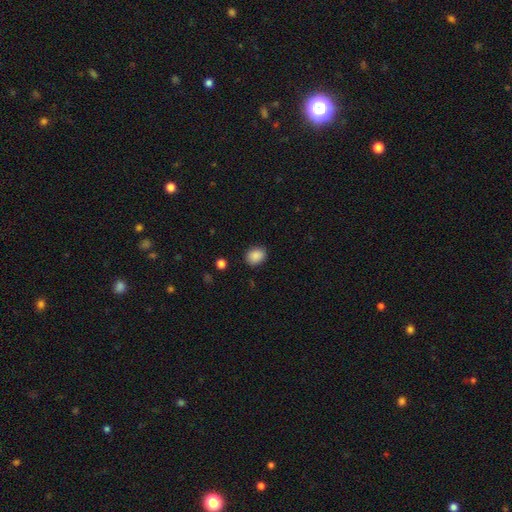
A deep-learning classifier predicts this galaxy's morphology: smooth-or-featured: smooth: 88% | star or artifact: 8% | featured or disk: 4%
  how-rounded: in between: 58% | round: 41% | cigar-shaped: 1%
  merging: none: 86% | minor disturbance: 10% | major disturbance: 2% | merger: 1%